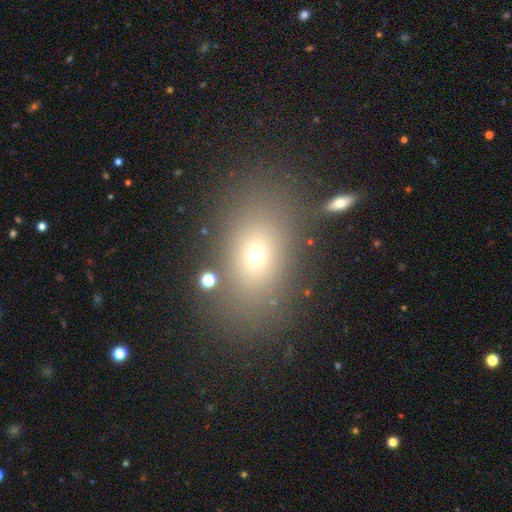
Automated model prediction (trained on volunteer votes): Q: Smooth or featured?
A: smooth (66%); runner-up: star or artifact (19%)
Q: How rounded?
A: in between (73%); runner-up: round (25%)
Q: Merging?
A: none (80%); runner-up: minor disturbance (10%)